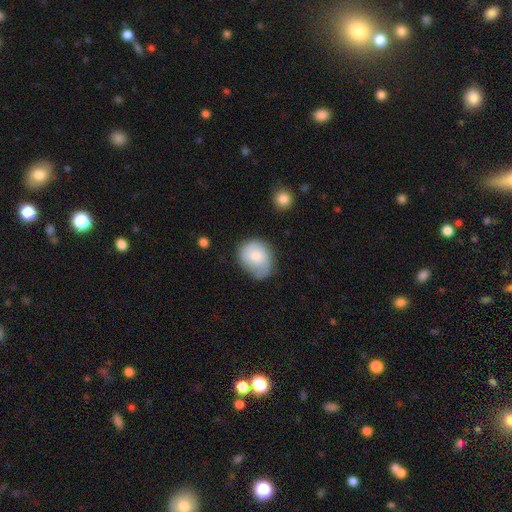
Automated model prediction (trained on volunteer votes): smooth-or-featured: smooth: 69% | featured or disk: 24% | star or artifact: 7%
  how-rounded: round: 53% | in between: 46% | cigar-shaped: 1%
  merging: none: 49% | minor disturbance: 35% | major disturbance: 12% | merger: 4%